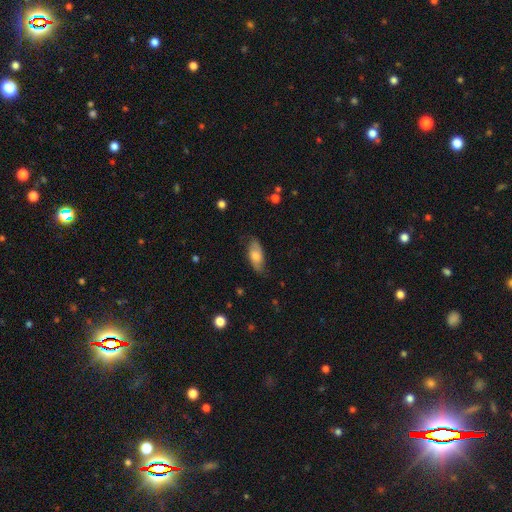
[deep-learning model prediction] The model was most divided on "smooth or featured": smooth: 64%, featured or disk: 29%, star or artifact: 7%. More confident: how rounded — in between (85%); merging — none (72%).